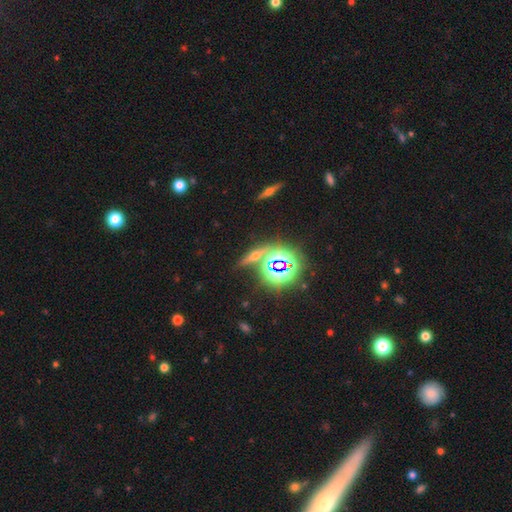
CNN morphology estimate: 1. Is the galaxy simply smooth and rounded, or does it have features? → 51% star or artifact, 27% smooth, 22% featured or disk.